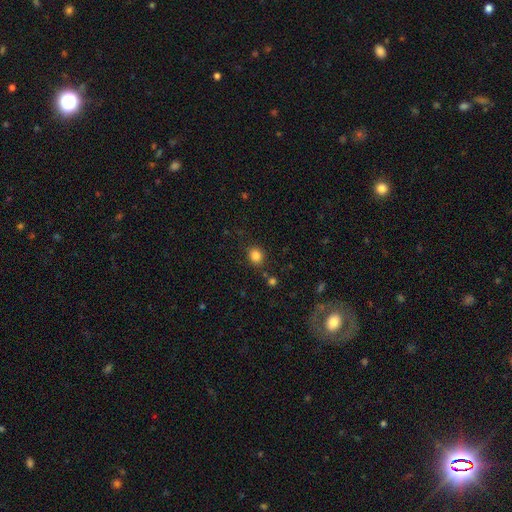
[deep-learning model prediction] This is clearly a smooth galaxy (84%). How rounded: likely round (74%). Merging: clearly none (84%).